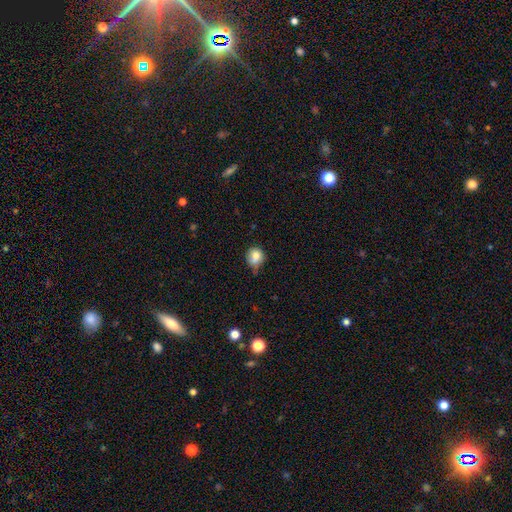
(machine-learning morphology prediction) Smooth or featured?
  - smooth: 79% *
  - featured or disk: 11%
  - star or artifact: 10%
How rounded?
  - round: 83% *
  - in between: 16%
  - cigar-shaped: 1%
Merging?
  - none: 59% *
  - minor disturbance: 30%
  - major disturbance: 6%
  - merger: 6%